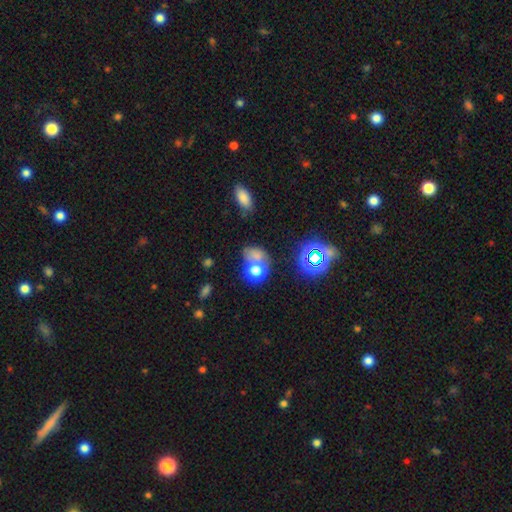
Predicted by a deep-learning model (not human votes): smooth-or-featured: smooth: 63% | star or artifact: 23% | featured or disk: 14%
  how-rounded: round: 50% | in between: 49% | cigar-shaped: 2%
  merging: merger: 44% | none: 32% | minor disturbance: 13% | major disturbance: 11%